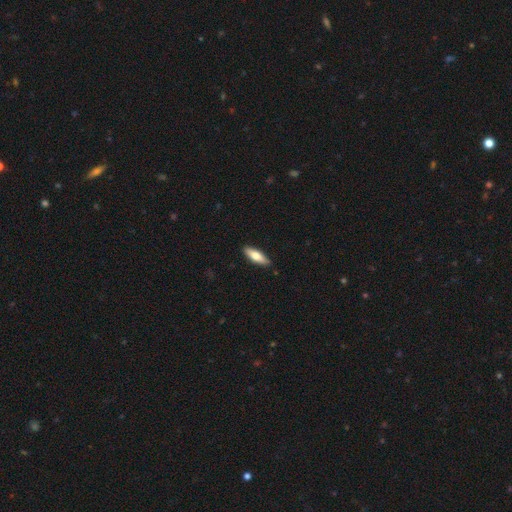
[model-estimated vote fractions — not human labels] Smooth or featured? Predicted: smooth (p=0.66). How rounded? Predicted: in between (p=0.49, tied with cigar-shaped). Merging? Predicted: none (p=0.89).